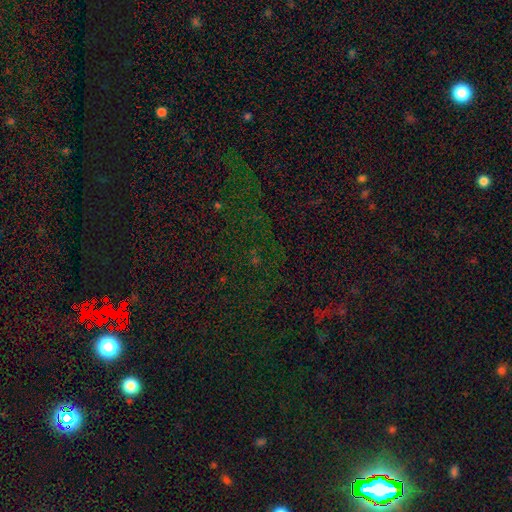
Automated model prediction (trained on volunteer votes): A star or artifact, not a galaxy (79%).